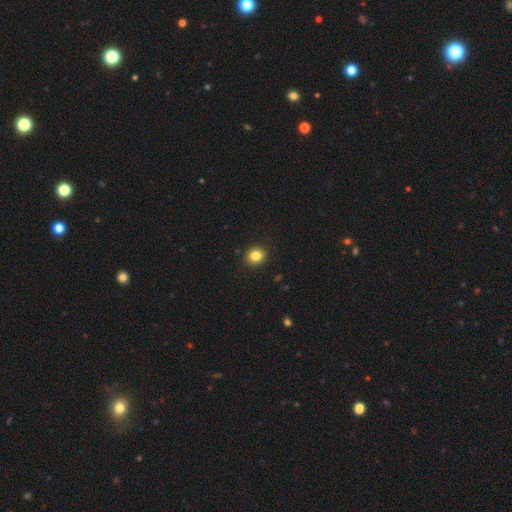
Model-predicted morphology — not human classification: Smooth or featured? smooth (83%)
How rounded? round (77%)
Merging? none (91%)